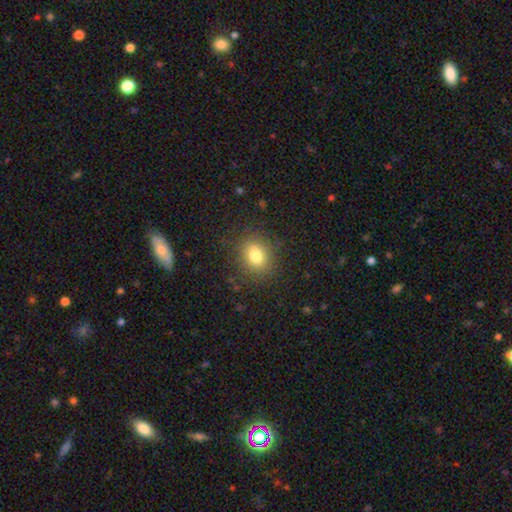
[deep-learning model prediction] Smooth or featured? Predicted: smooth (p=0.79). How rounded? Predicted: round (p=0.56). Merging? Predicted: none (p=0.85).